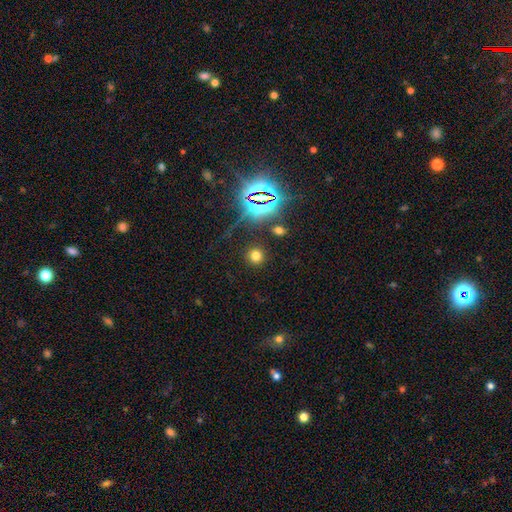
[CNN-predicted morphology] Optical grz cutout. It shows a smooth galaxy with no disk features (67%) that is round (92%). Merging: none (88%).